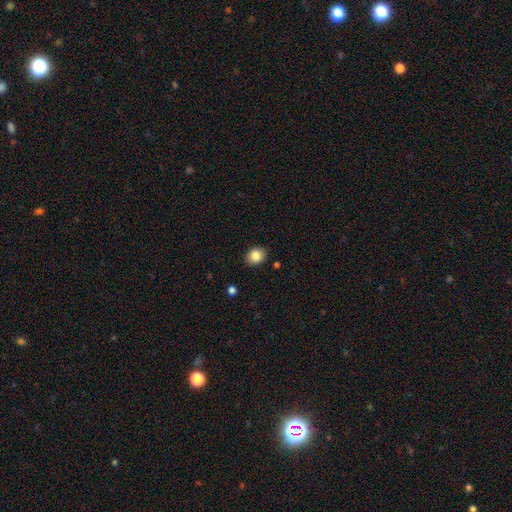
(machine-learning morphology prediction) This appears to be a smooth galaxy with no disk features (85%) that is round (53%). Merging: none (88%).